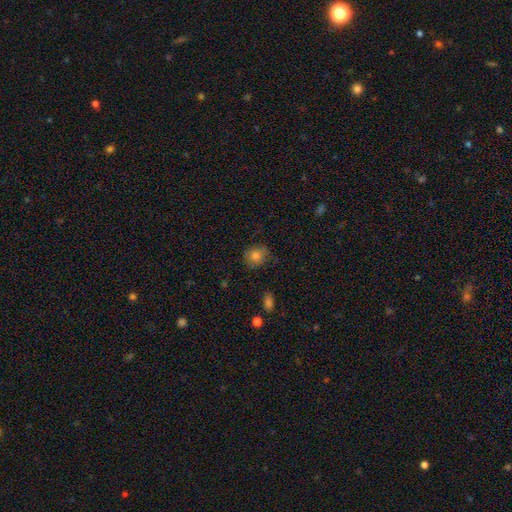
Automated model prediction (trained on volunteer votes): Smooth or featured? Predicted: smooth (p=0.80). How rounded? Predicted: round (p=0.78). Merging? Predicted: none (p=0.76).